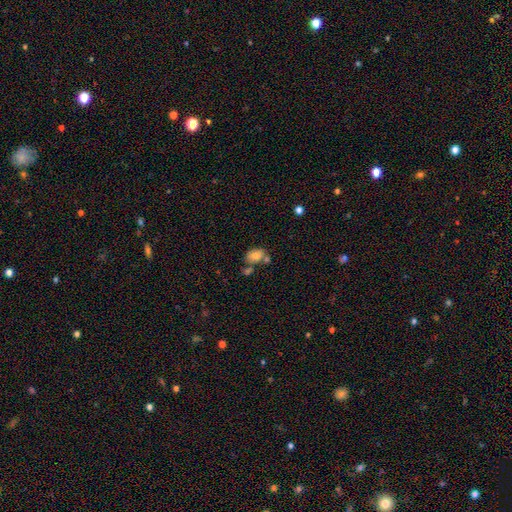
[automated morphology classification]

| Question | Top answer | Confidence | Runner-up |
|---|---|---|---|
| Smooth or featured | smooth | 78% | featured or disk (13%) |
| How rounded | in between | 84% | round (14%) |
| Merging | none | 52% | merger (24%) |